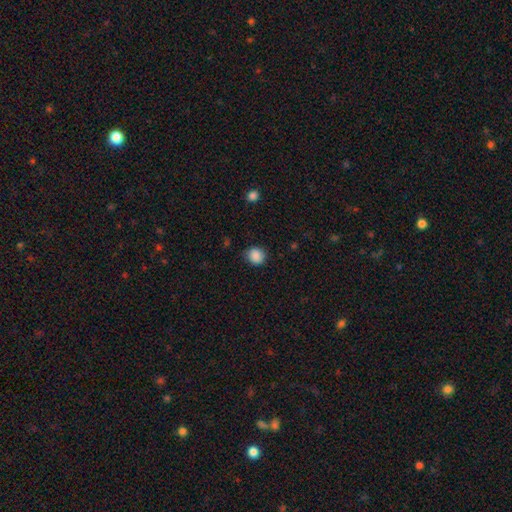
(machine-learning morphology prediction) smooth-or-featured: smooth: 87% | star or artifact: 9% | featured or disk: 4%
  how-rounded: round: 82% | in between: 18% | cigar-shaped: 1%
  merging: none: 80% | minor disturbance: 15% | major disturbance: 3% | merger: 1%